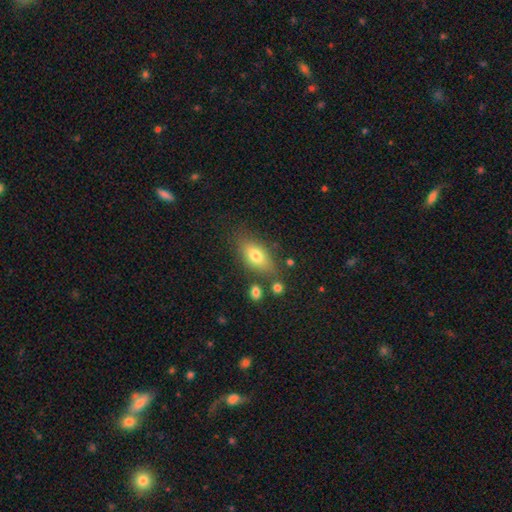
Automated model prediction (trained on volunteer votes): Overall: smooth (73%). How rounded: in between (83%). Merging: none (71%).